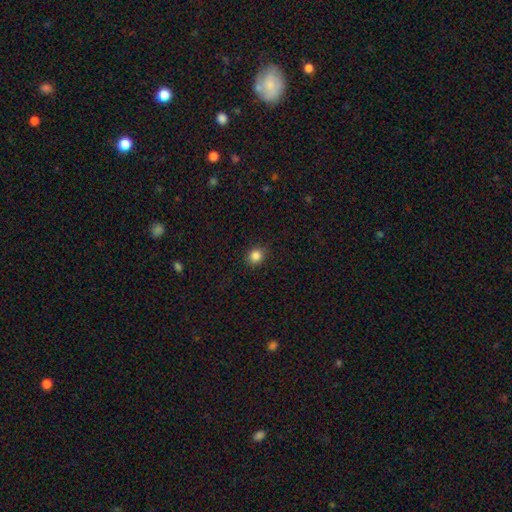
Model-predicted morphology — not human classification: This appears to be a smooth galaxy with no disk features (85%) that is round (81%). Merging: none (90%).